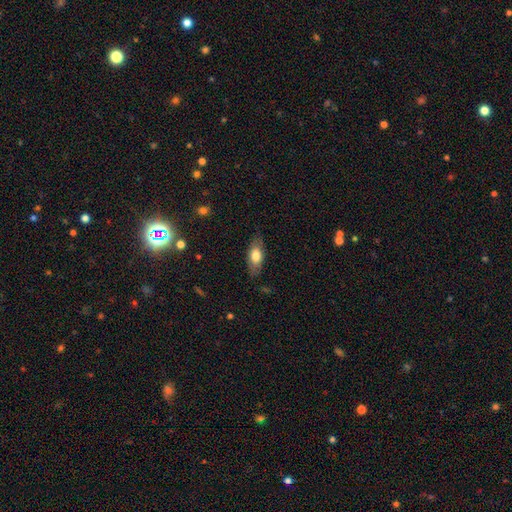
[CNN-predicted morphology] smooth 71%, featured or disk 22%, star or artifact 6%. Down the decision tree: how rounded — in between (82%); merging — none (80%).